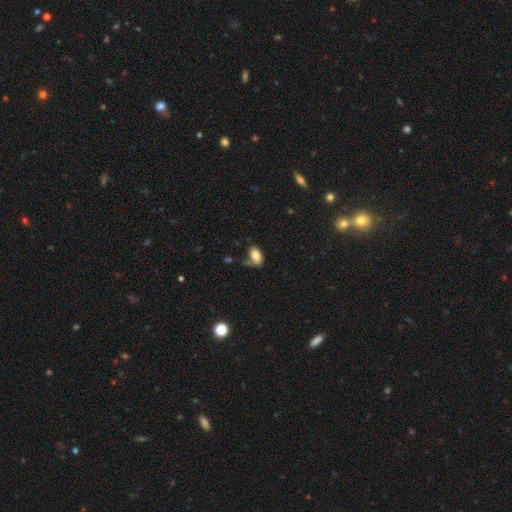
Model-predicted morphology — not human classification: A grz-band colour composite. It shows a smooth galaxy with no disk features (81%) that is in between round and cigar-shaped (91%). Merging: none (57%).